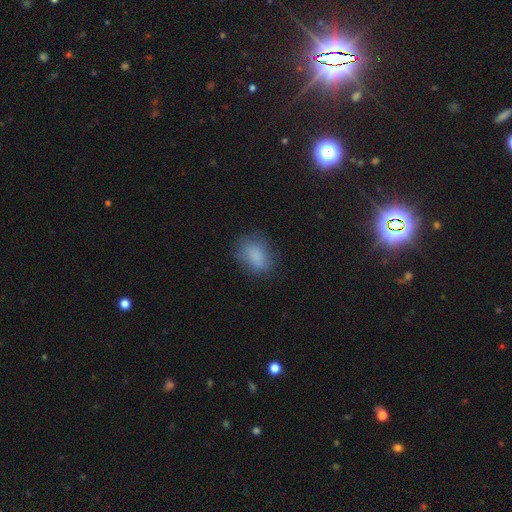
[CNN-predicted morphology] type=smooth (83%); roundness=in between (78%); merging=none (71%).